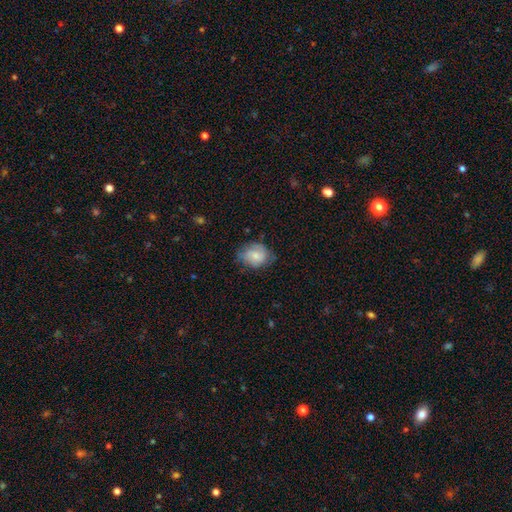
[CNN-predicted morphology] smooth_or_featured: smooth (p=0.65) [alt: featured or disk p=0.28]
how_rounded: in between (p=0.52) [alt: round p=0.47]
merging: none (p=0.57) [alt: minor disturbance p=0.32]